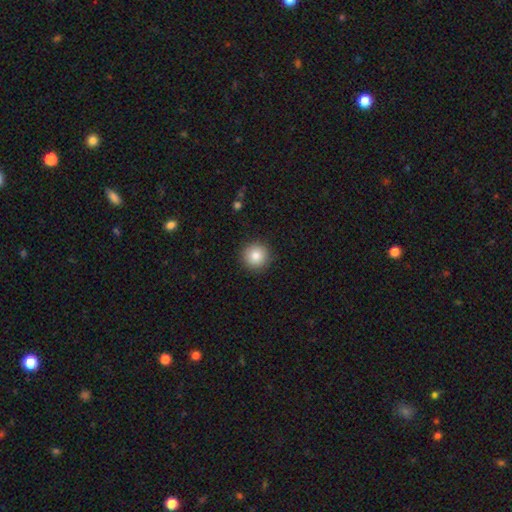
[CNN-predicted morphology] A smooth galaxy with no disk features (84%) that is round (95%).

Vote fractions:
- Smooth or featured? smooth: 84% / star or artifact: 10% / featured or disk: 7%
- How rounded? round: 95% / in between: 4% / cigar-shaped: 1%
- Merging? none: 91% / minor disturbance: 6% / major disturbance: 2% / merger: 1%